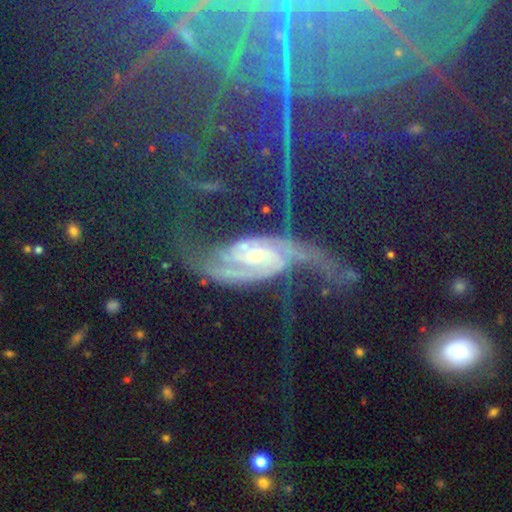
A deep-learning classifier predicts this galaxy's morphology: Smooth or featured?
  - featured or disk: 80% *
  - star or artifact: 12%
  - smooth: 8%
Edge-on disk?
  - no: 93% *
  - yes: 7%
Bar?
  - no: 42% *
  - weak: 38%
  - strong: 20%
Spiral arms?
  - yes: 95% *
  - no: 5%
Spiral winding?
  - loose: 45% *
  - medium: 38%
  - tight: 16%
Spiral arm count?
  - 2: 80% *
  - can't tell: 6%
  - 3: 5%
  - 1: 4%
  - 4: 3%
  - more than 4: 3%
Bulge size?
  - small: 50% *
  - moderate: 38%
  - large: 6%
  - none: 4%
  - dominant: 2%
Merging?
  - none: 43% *
  - major disturbance: 32%
  - minor disturbance: 18%
  - merger: 8%